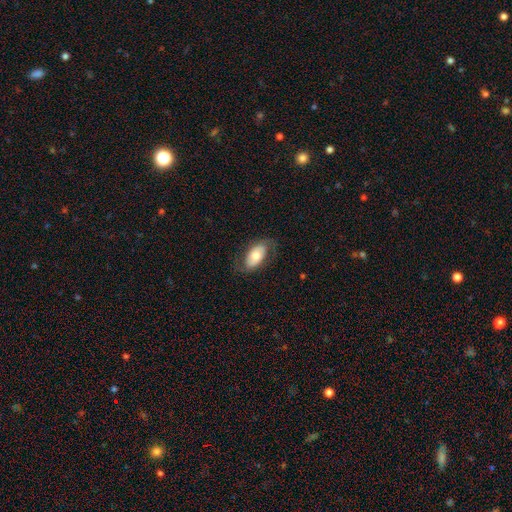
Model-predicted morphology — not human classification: A smooth galaxy with no disk features (54%) that is in between round and cigar-shaped (92%).

Vote fractions:
- Smooth or featured? smooth: 54% / featured or disk: 40% / star or artifact: 7%
- How rounded? in between: 92% / round: 5% / cigar-shaped: 2%
- Merging? none: 72% / minor disturbance: 18% / major disturbance: 9% / merger: 1%